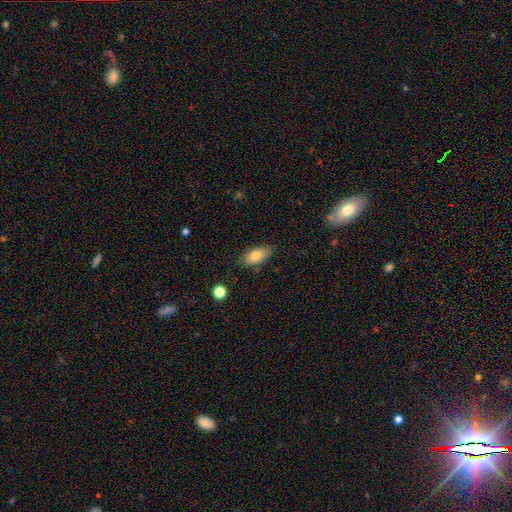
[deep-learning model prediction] Morphology: type=smooth (77%); roundness=in between (89%); merging=none (79%).